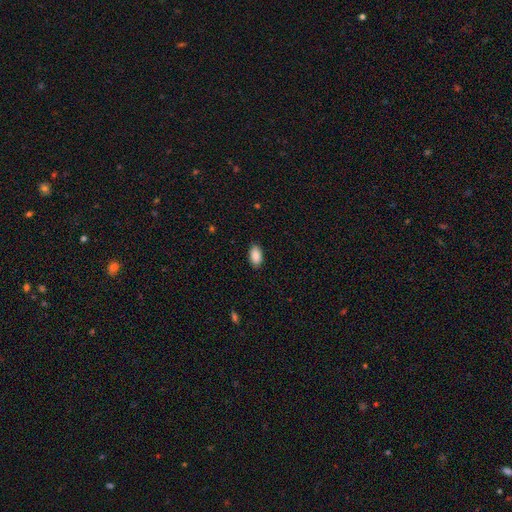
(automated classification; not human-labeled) Overall: smooth (90%). How rounded: in between (94%). Merging: none (89%).